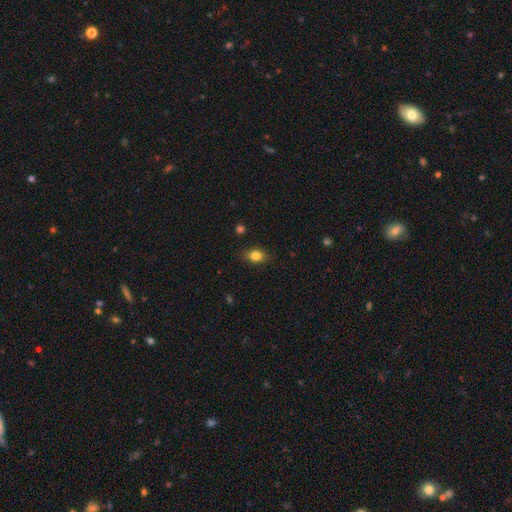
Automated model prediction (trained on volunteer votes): Smooth or featured? Predicted: smooth (p=0.82). How rounded? Predicted: in between (p=0.74). Merging? Predicted: none (p=0.85).